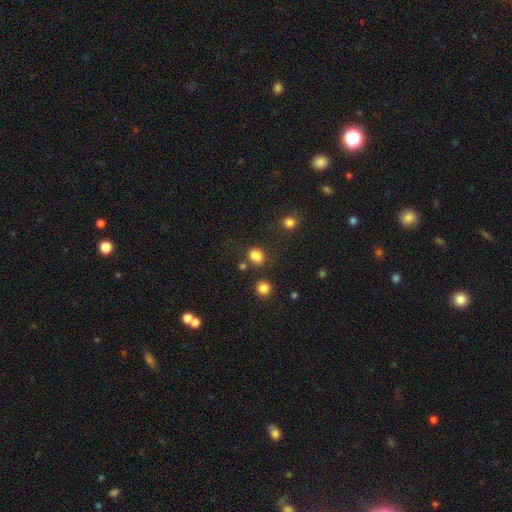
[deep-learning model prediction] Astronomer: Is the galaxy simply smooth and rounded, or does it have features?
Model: smooth — 77%.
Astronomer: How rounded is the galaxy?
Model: round — 56% (runner-up: in between, 43%).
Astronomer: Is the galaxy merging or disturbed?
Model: none — 57%.